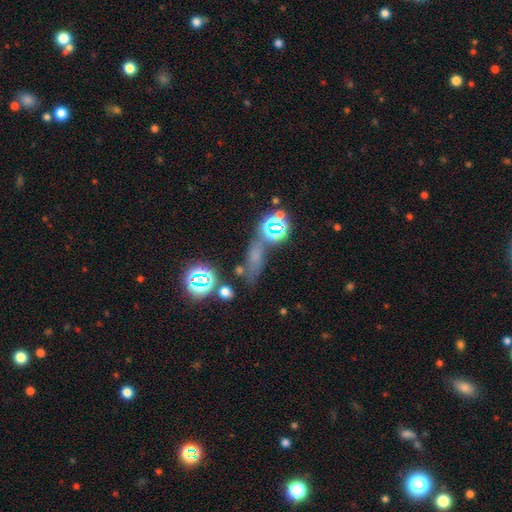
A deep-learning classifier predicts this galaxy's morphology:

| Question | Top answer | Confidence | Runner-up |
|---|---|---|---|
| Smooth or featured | star or artifact | 44% | smooth (40%) |